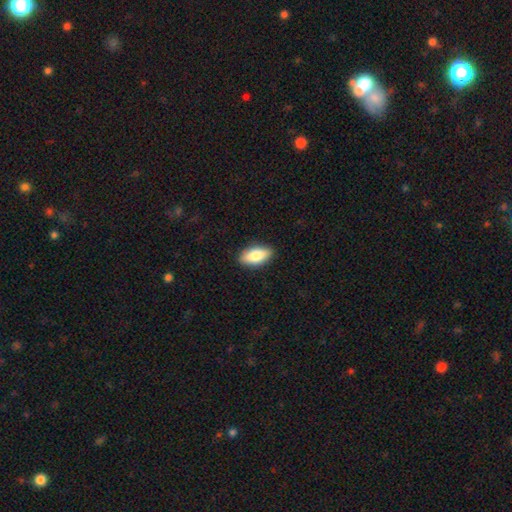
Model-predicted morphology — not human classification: A smooth galaxy with no disk features (79%) that is in between round and cigar-shaped (87%).

Vote fractions:
- Smooth or featured? smooth: 79% / featured or disk: 15% / star or artifact: 6%
- How rounded? in between: 87% / cigar-shaped: 10% / round: 3%
- Merging? none: 88% / minor disturbance: 9% / major disturbance: 2% / merger: 1%